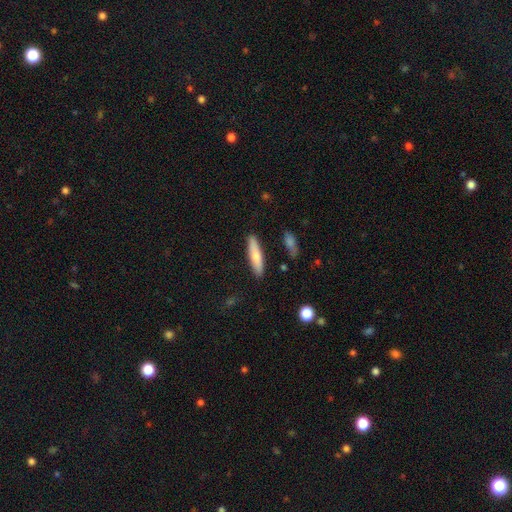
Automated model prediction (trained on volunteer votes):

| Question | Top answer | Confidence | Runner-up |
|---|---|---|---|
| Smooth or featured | smooth | 69% | featured or disk (25%) |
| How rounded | cigar-shaped | 73% | in between (25%) |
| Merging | none | 87% | minor disturbance (9%) |